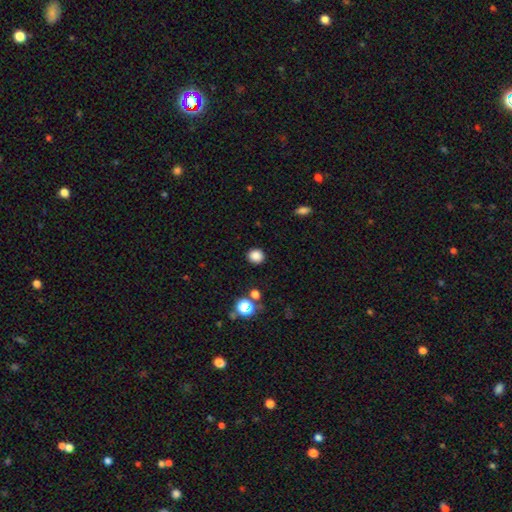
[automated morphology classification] A smooth galaxy with no disk features (84%) that is round (85%). Merging: none (89%).